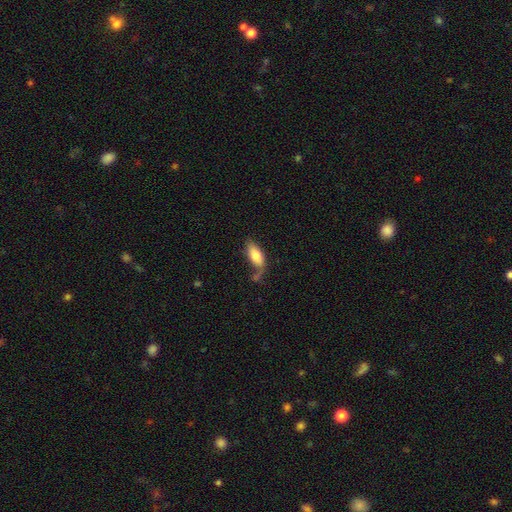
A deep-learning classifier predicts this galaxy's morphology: Q: Smooth or featured?
A: smooth (74%); runner-up: featured or disk (19%)
Q: How rounded?
A: in between (82%); runner-up: cigar-shaped (16%)
Q: Merging?
A: none (46%); runner-up: minor disturbance (25%)